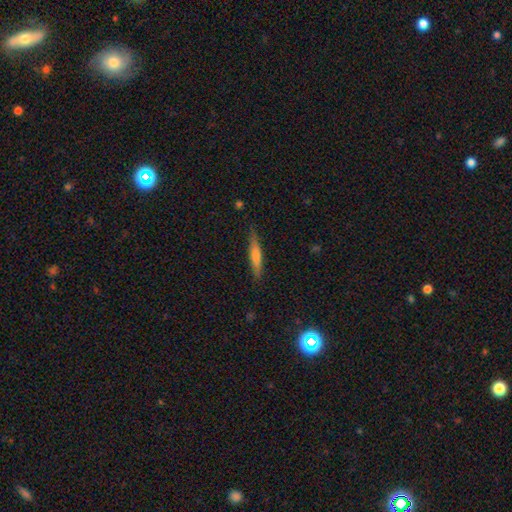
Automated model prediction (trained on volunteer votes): The model was most divided on "smooth or featured": smooth: 52%, featured or disk: 41%, star or artifact: 7%. More confident: how rounded — cigar-shaped (91%); merging — none (87%).